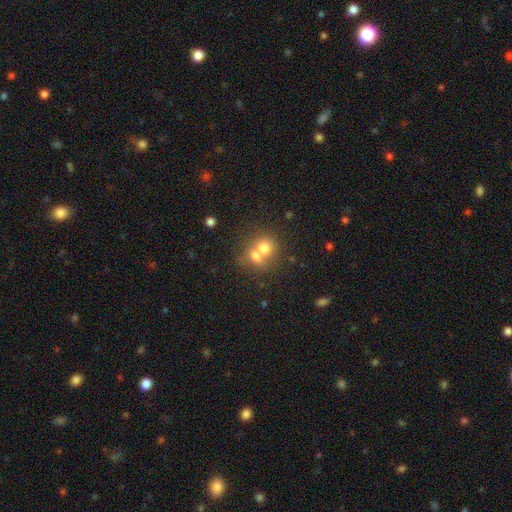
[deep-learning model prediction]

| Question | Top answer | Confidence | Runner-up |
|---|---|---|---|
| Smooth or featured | smooth | 68% | featured or disk (20%) |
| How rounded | round | 70% | in between (29%) |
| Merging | merger | 64% | none (26%) |